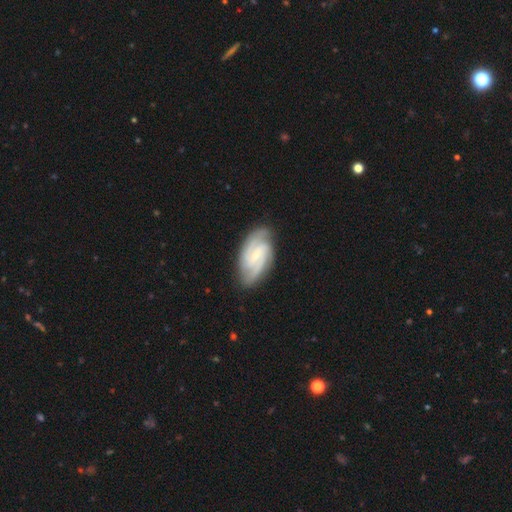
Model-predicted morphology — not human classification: type=featured or disk (85%); edge-on=no (96%); bar=weak (51%); spiral arms=yes (97%); winding=tight (46%); arm count=2 (46%); bulge=small (70%); merging=none (81%).